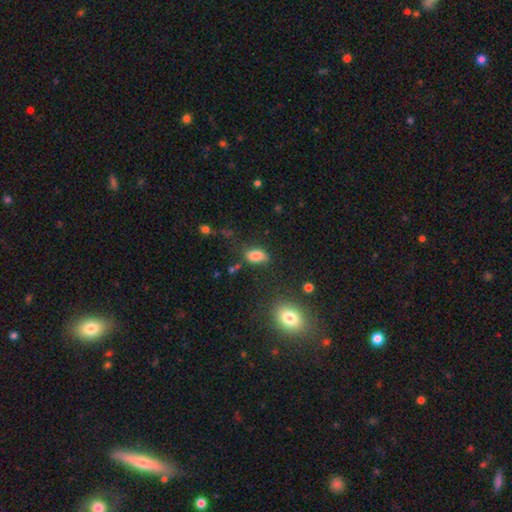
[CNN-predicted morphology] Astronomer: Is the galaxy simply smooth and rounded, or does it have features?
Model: smooth — 83%.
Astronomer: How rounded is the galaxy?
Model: in between — 90%.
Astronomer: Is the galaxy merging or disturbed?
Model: none — 68%.